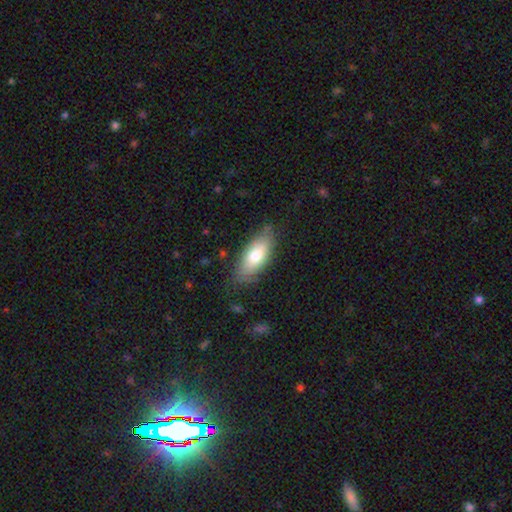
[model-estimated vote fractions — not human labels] Smooth or featured? Predicted: smooth (p=0.73). How rounded? Predicted: in between (p=0.82). Merging? Predicted: none (p=0.76).